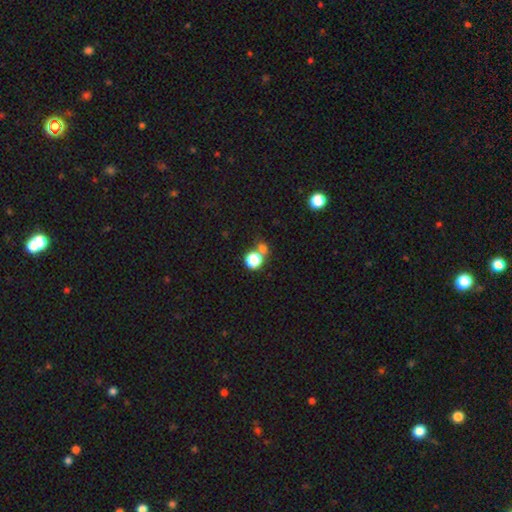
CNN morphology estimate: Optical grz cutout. It shows a smooth galaxy with no disk features (76%) that is round (86%). Merging: none (54%).